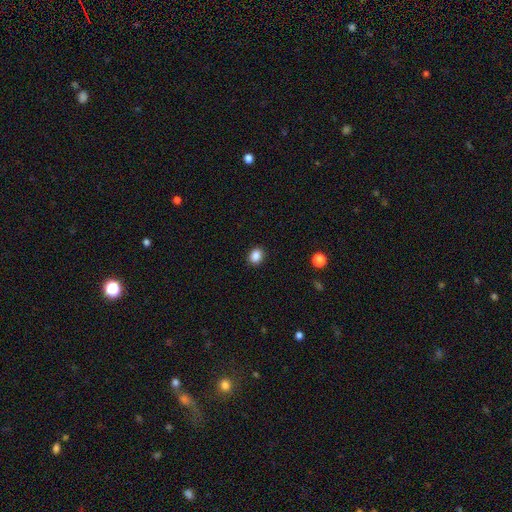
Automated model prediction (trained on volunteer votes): smooth 87%, star or artifact 10%, featured or disk 3%. Down the decision tree: how rounded — round (50%); merging — none (90%).